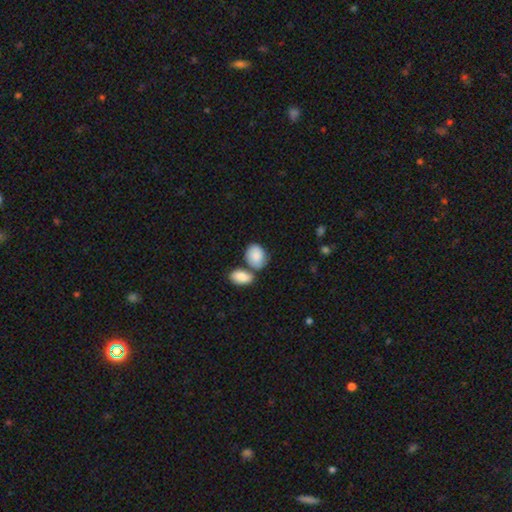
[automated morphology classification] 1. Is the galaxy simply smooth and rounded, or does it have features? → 85% smooth, 9% featured or disk, 6% star or artifact.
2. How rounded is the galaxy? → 77% in between, 22% round, 1% cigar-shaped.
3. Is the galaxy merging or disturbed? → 44% none, 36% merger, 15% minor disturbance, 5% major disturbance.